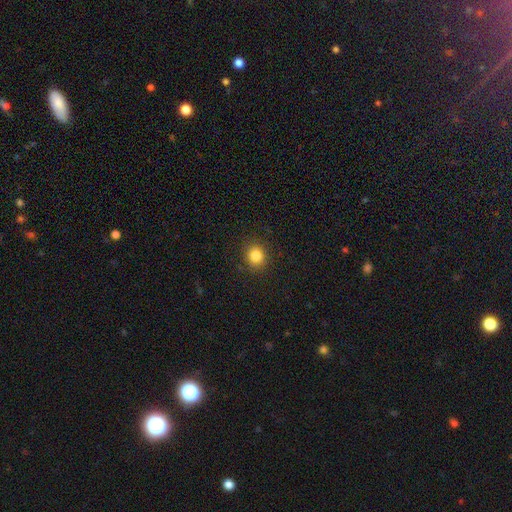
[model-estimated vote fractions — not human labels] This appears to be a smooth galaxy with no disk features (84%) that is round (84%). Merging: none (90%).